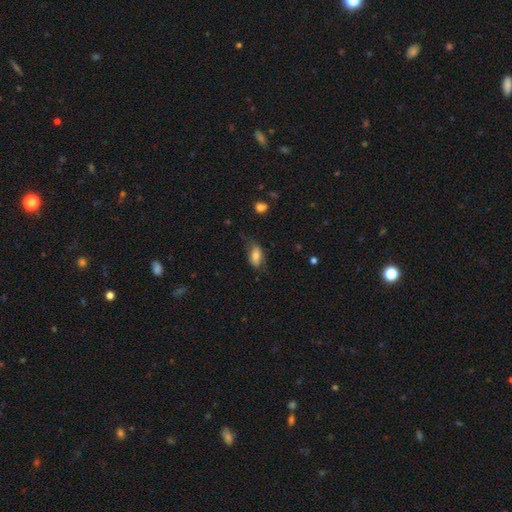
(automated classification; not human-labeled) Smooth or featured: smooth — 74% (featured or disk — 18%)
How rounded: in between — 89% (cigar-shaped — 5%)
Merging: none — 57% (minor disturbance — 28%)